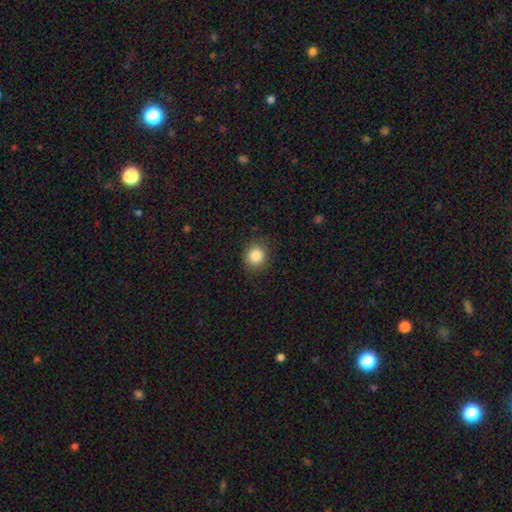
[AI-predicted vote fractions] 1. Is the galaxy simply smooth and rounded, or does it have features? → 86% smooth, 10% star or artifact, 4% featured or disk.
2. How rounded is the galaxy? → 81% round, 18% in between, 1% cigar-shaped.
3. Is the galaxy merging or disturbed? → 88% none, 9% minor disturbance, 3% major disturbance, 1% merger.